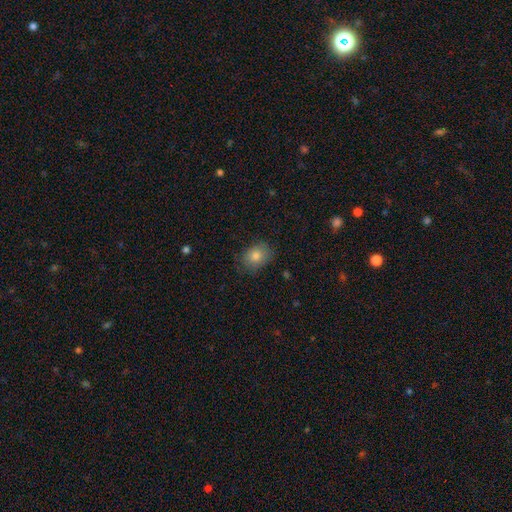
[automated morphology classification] smooth_or_featured: smooth (p=0.80) [alt: star or artifact p=0.10]
how_rounded: in between (p=0.54) [alt: round p=0.45]
merging: none (p=0.80) [alt: minor disturbance p=0.16]